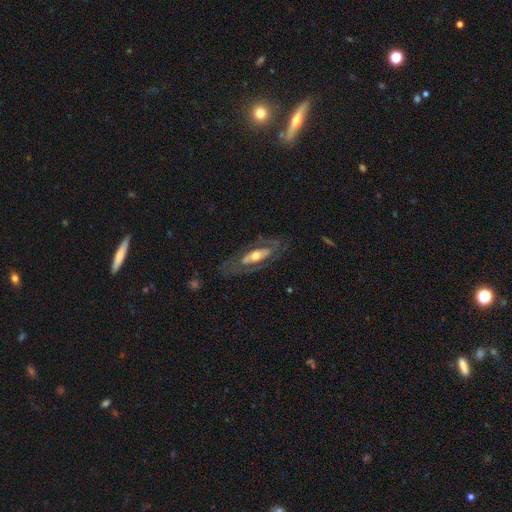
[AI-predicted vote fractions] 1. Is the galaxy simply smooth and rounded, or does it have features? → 67% featured or disk, 27% smooth, 5% star or artifact.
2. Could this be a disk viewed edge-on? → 78% no, 22% yes.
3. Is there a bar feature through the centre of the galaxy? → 72% no, 16% weak, 11% strong.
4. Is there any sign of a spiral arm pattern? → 58% no, 42% yes.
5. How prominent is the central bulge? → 64% moderate, 17% large, 15% small, 2% dominant, 1% none.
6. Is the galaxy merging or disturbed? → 70% none, 16% minor disturbance, 12% major disturbance, 1% merger.